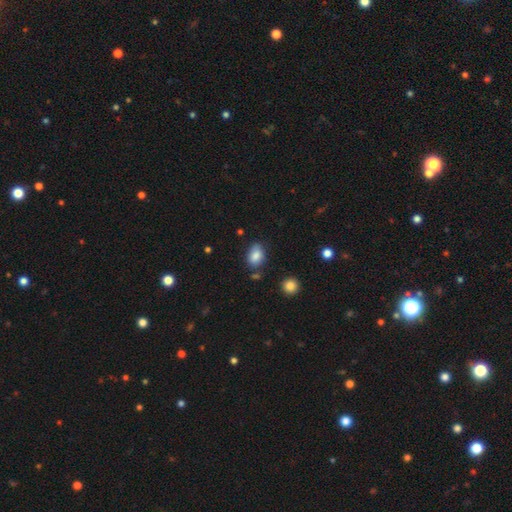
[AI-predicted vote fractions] smooth 84%, star or artifact 9%, featured or disk 7%. Down the decision tree: how rounded — in between (81%); merging — none (70%).